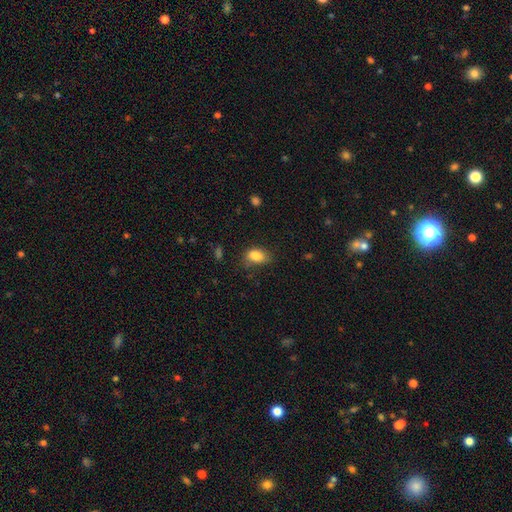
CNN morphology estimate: This appears to be a smooth galaxy with no disk features (85%) that is in between round and cigar-shaped (86%). Merging: none (66%).